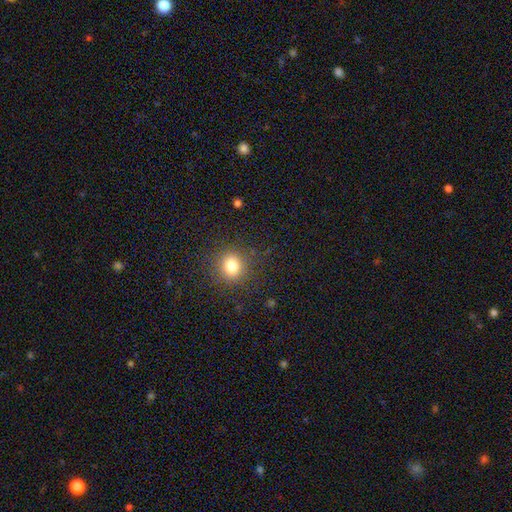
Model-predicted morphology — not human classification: smooth-or-featured: smooth: 72% | star or artifact: 22% | featured or disk: 6%
  how-rounded: round: 92% | in between: 7% | cigar-shaped: 1%
  merging: none: 92% | minor disturbance: 5% | major disturbance: 2% | merger: 1%